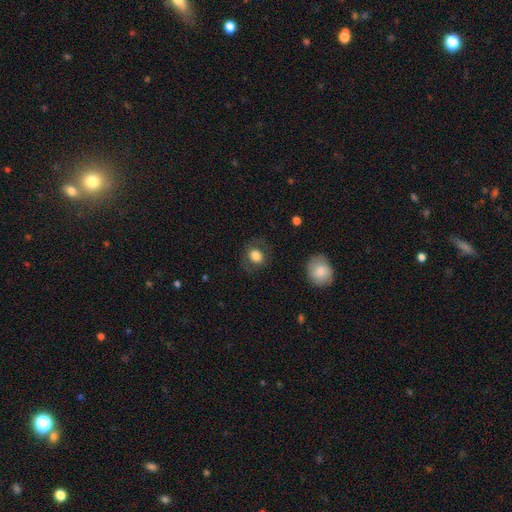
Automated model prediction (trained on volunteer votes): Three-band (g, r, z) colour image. It shows a smooth galaxy with no disk features (77%) that is round (67%). Merging: none (76%).